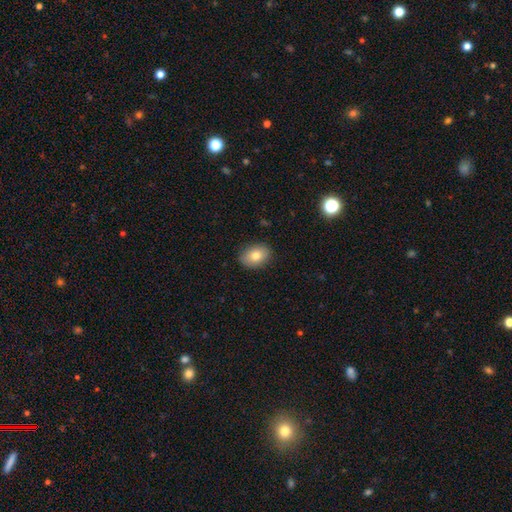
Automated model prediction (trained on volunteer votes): This appears to be a smooth galaxy with no disk features (79%) that is in between round and cigar-shaped (79%). Merging: none (87%).